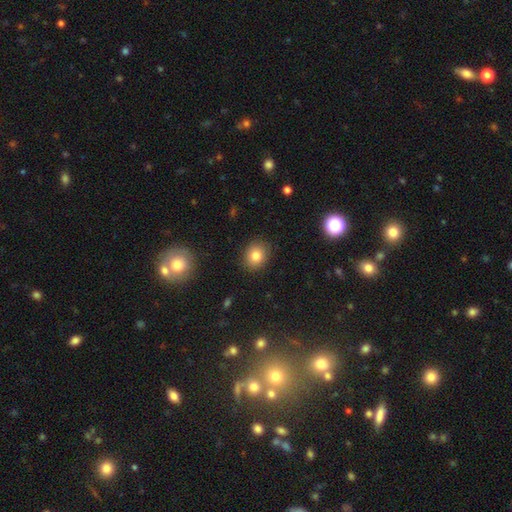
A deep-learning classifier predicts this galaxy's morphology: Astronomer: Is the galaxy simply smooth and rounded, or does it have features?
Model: smooth — 81%.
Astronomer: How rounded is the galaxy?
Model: round — 65%.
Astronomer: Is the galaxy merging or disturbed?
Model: none — 89%.